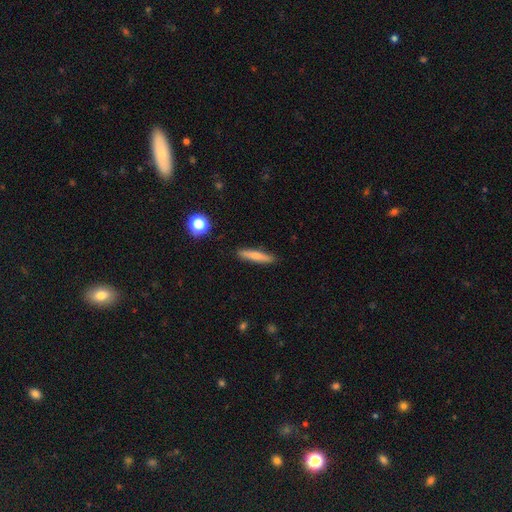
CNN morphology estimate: Q: Smooth or featured?
A: smooth (71%); runner-up: featured or disk (22%)
Q: How rounded?
A: cigar-shaped (90%); runner-up: in between (8%)
Q: Merging?
A: none (89%); runner-up: minor disturbance (8%)